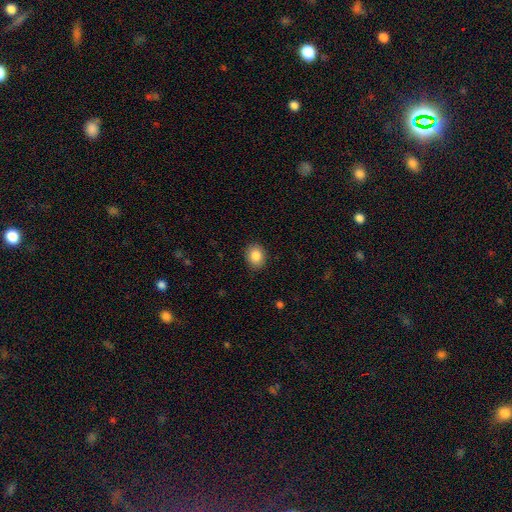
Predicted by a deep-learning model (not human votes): smooth 86%, star or artifact 9%, featured or disk 5%. Down the decision tree: how rounded — round (50%); merging — none (88%).